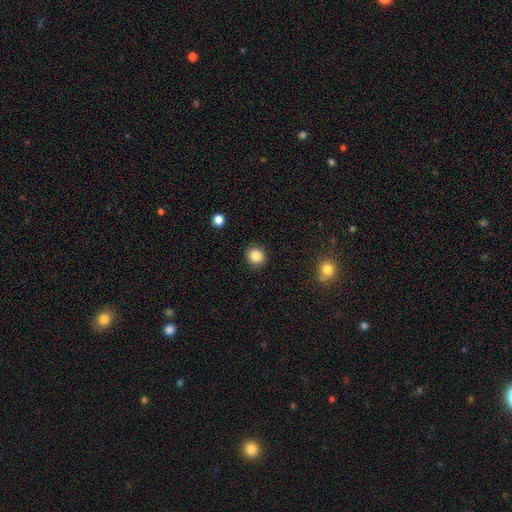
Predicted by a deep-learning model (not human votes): smooth_or_featured: smooth (p=0.85) [alt: star or artifact p=0.10]
how_rounded: round (p=0.83) [alt: in between p=0.16]
merging: none (p=0.89) [alt: minor disturbance p=0.07]